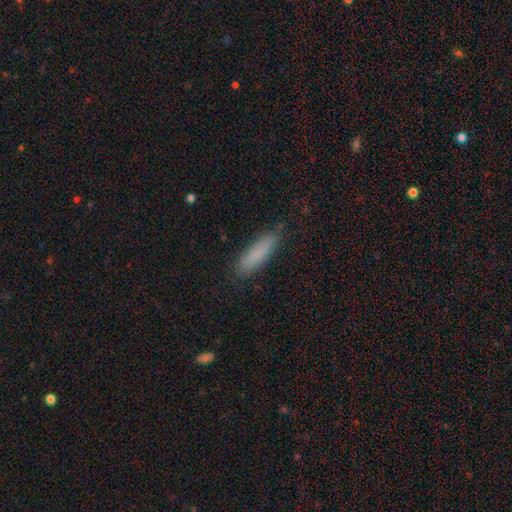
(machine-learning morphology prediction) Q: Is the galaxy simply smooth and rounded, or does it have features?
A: smooth — 84%.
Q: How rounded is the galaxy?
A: cigar-shaped — 74%.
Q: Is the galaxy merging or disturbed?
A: none — 84%.